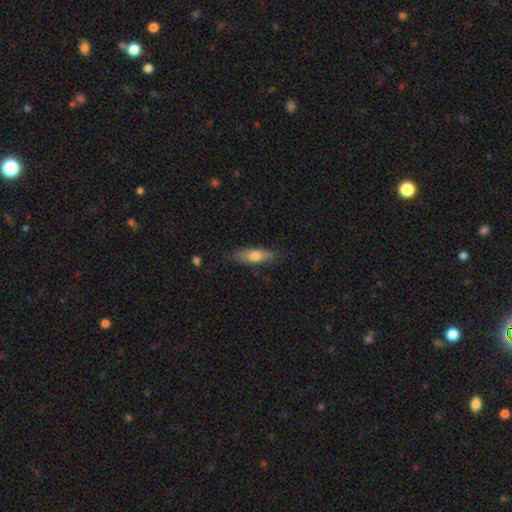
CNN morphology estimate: Smooth or featured?
  - smooth: 70% *
  - featured or disk: 23%
  - star or artifact: 6%
How rounded?
  - in between: 53% *
  - cigar-shaped: 45%
  - round: 2%
Merging?
  - none: 77% *
  - minor disturbance: 17%
  - major disturbance: 4%
  - merger: 1%